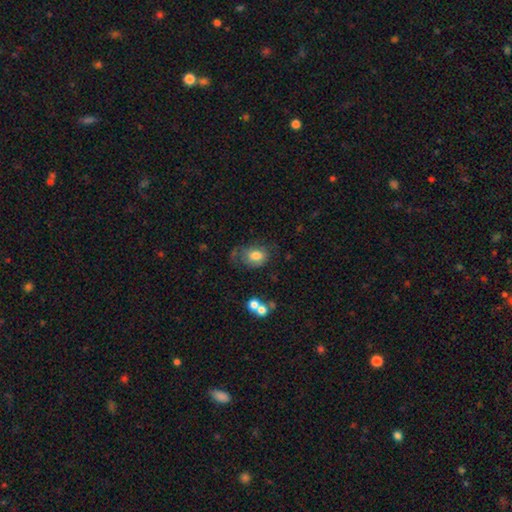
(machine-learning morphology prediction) smooth-or-featured: smooth: 71% | featured or disk: 20% | star or artifact: 9%
  how-rounded: in between: 73% | round: 26% | cigar-shaped: 1%
  merging: none: 45% | minor disturbance: 28% | major disturbance: 20% | merger: 6%